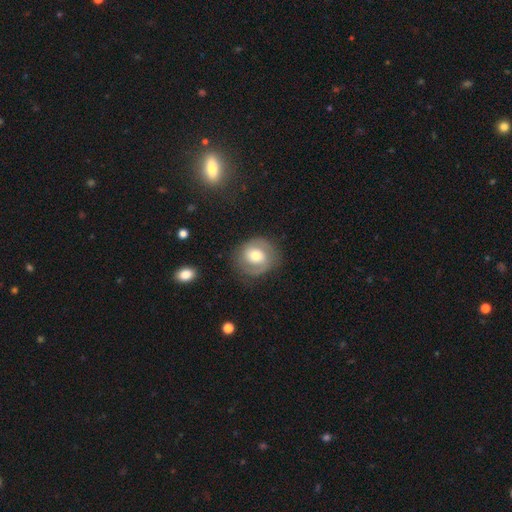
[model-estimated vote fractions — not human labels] Smooth or featured? Predicted: featured or disk (p=0.56). Edge-on disk? Predicted: no (p=0.97). Bar? Predicted: no (p=0.56). Spiral arms? Predicted: yes (p=0.78). Bulge size? Predicted: moderate (p=0.69). Merging? Predicted: none (p=0.77).